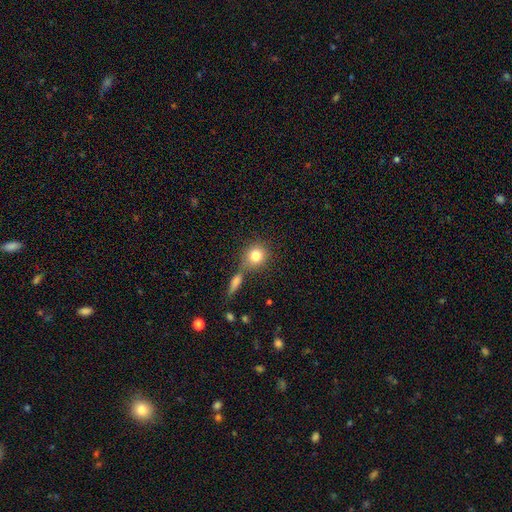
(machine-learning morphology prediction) smooth-or-featured: smooth: 80% | star or artifact: 10% | featured or disk: 10%
  how-rounded: round: 83% | in between: 16% | cigar-shaped: 2%
  merging: none: 63% | merger: 22% | minor disturbance: 11% | major disturbance: 4%